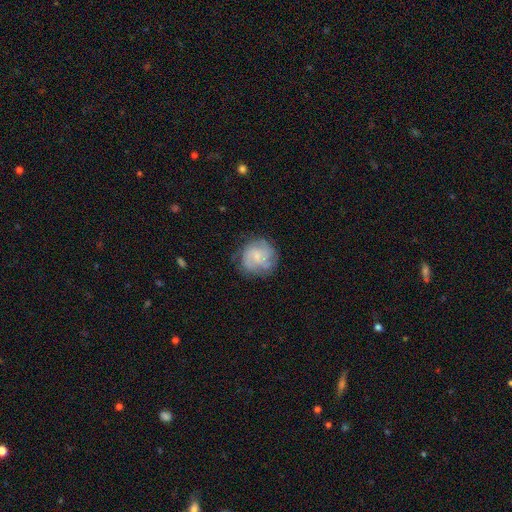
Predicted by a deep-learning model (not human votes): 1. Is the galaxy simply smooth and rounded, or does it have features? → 61% featured or disk, 31% smooth, 8% star or artifact.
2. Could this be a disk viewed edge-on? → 98% no, 2% yes.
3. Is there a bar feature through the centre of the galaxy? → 69% no, 28% weak, 4% strong.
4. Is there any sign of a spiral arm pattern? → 90% yes, 10% no.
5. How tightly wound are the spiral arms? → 50% tight, 38% medium, 12% loose.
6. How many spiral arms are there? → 31% can't tell, 30% 3, 14% 4, 14% 2, 5% more than 4, 5% 1.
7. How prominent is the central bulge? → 59% small, 20% moderate, 18% none, 2% large, 1% dominant.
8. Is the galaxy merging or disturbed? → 74% none, 18% minor disturbance, 7% major disturbance, 1% merger.